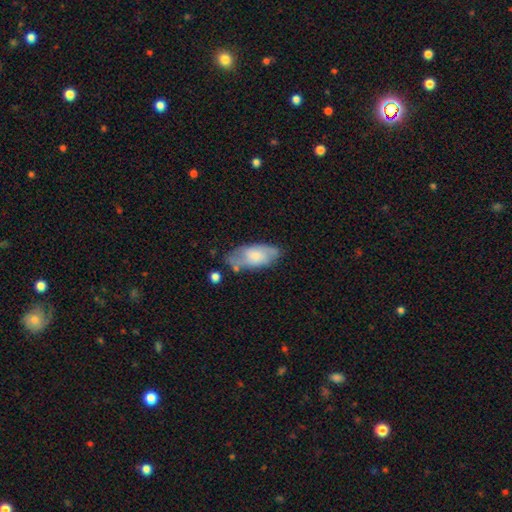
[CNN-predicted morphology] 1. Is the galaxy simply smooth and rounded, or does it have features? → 53% smooth, 41% featured or disk, 6% star or artifact.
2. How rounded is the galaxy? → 87% in between, 10% cigar-shaped, 3% round.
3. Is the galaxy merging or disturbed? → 62% none, 24% minor disturbance, 8% major disturbance, 6% merger.